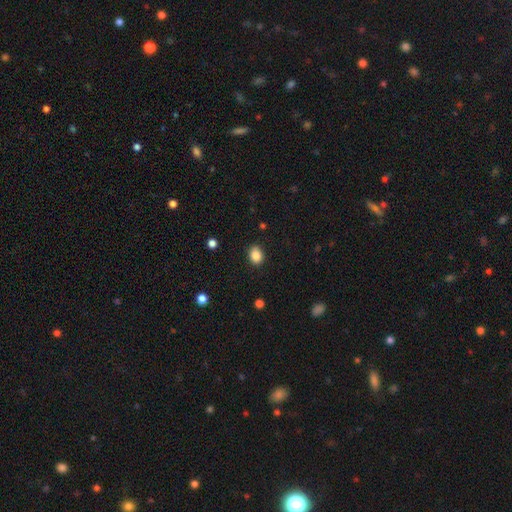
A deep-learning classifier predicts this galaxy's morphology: The model was most divided on "how rounded": in between: 58%, round: 41%, cigar-shaped: 1%. More confident: smooth or featured — smooth (86%); merging — none (86%).